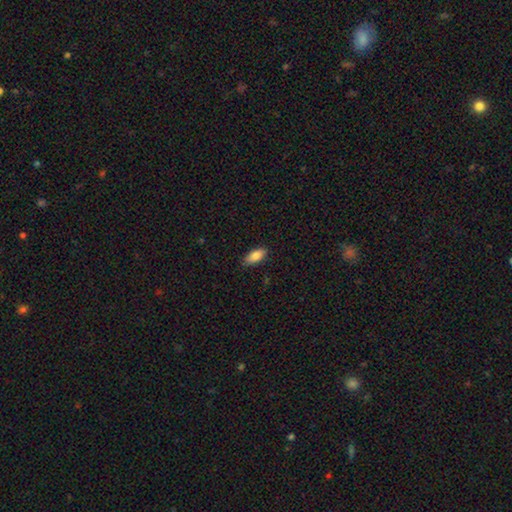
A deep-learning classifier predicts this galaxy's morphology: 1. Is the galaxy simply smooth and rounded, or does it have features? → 85% smooth, 9% featured or disk, 7% star or artifact.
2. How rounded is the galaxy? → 86% in between, 12% cigar-shaped, 2% round.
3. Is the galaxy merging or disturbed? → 86% none, 11% minor disturbance, 2% major disturbance, 1% merger.